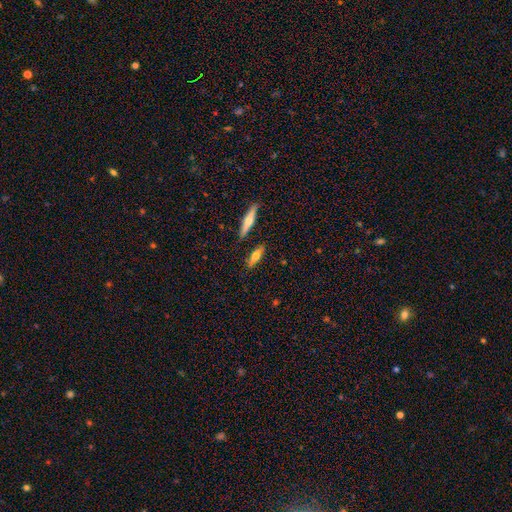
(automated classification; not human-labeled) Overall: smooth (60%; featured or disk 33%). How rounded: cigar-shaped (49%; in between 48%). Merging: none (80%).